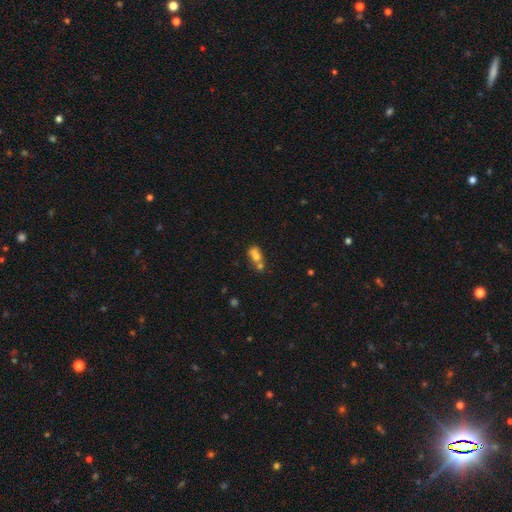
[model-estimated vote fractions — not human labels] A smooth galaxy with no disk features (66%) that is in between round and cigar-shaped (60%).

Vote fractions:
- Smooth or featured? smooth: 66% / featured or disk: 21% / star or artifact: 13%
- How rounded? in between: 60% / round: 35% / cigar-shaped: 5%
- Merging? merger: 60% / none: 24% / minor disturbance: 10% / major disturbance: 6%